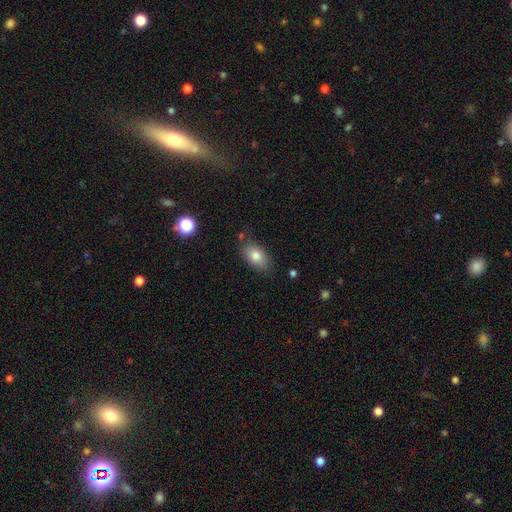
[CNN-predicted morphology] Smooth or featured? Predicted: smooth (p=0.80). How rounded? Predicted: in between (p=0.90). Merging? Predicted: none (p=0.78).